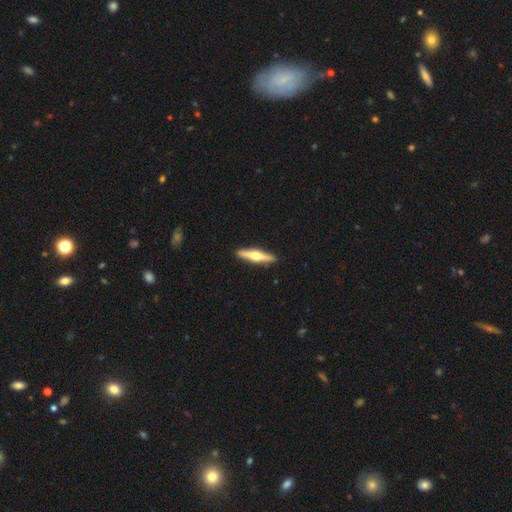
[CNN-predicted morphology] A featured or disk galaxy (70%) viewed edge-on (97%) with a rounded central bulge (95%). Merging: none (92%).